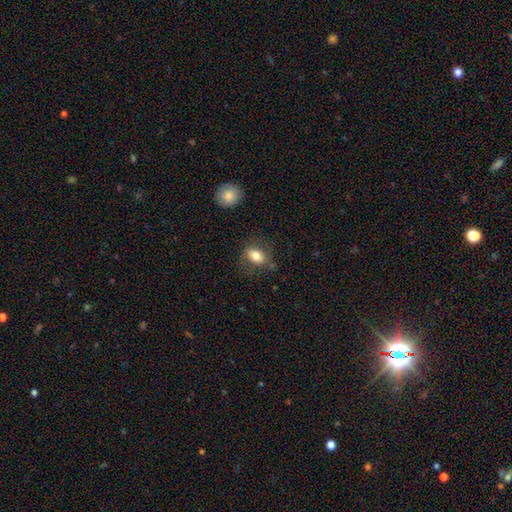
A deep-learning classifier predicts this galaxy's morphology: smooth 76%, featured or disk 15%, star or artifact 8%. Down the decision tree: how rounded — in between (76%); merging — none (72%).